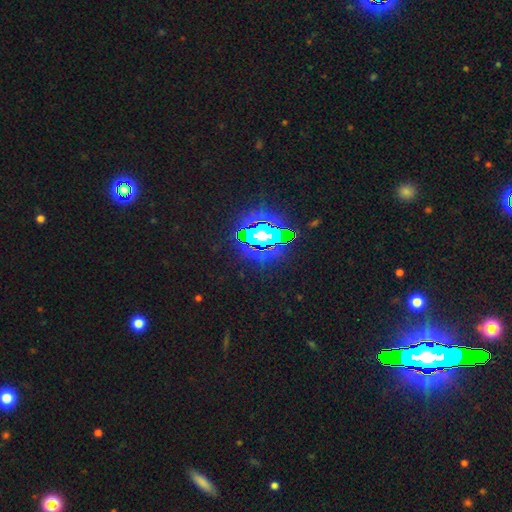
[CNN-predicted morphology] A star or artifact, not a galaxy (83%).